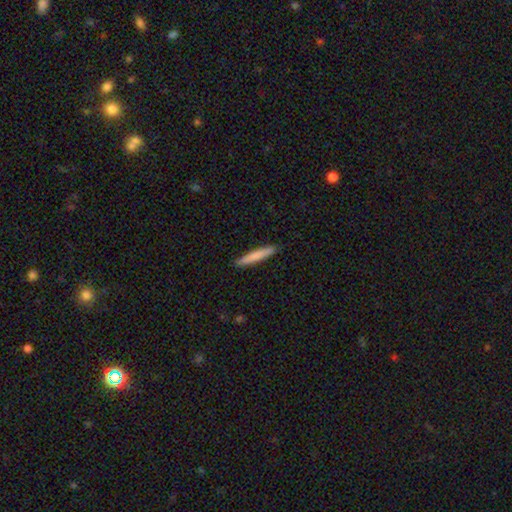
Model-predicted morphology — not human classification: smooth-or-featured: smooth: 78% | featured or disk: 16% | star or artifact: 5%
  how-rounded: cigar-shaped: 94% | in between: 4% | round: 1%
  merging: none: 91% | minor disturbance: 7% | major disturbance: 1% | merger: 1%